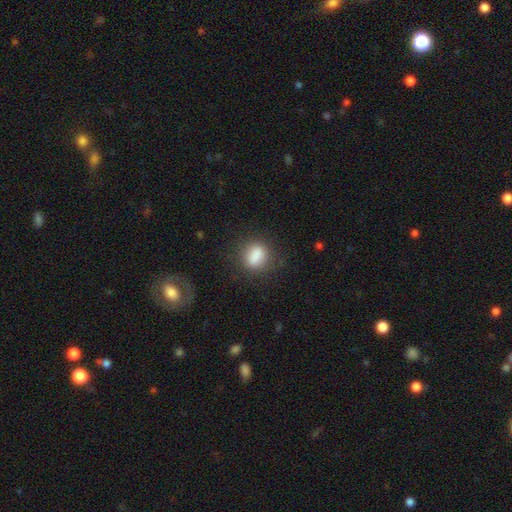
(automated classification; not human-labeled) A smooth galaxy with no disk features (83%) that is in between round and cigar-shaped (57%). Merging: none (79%).